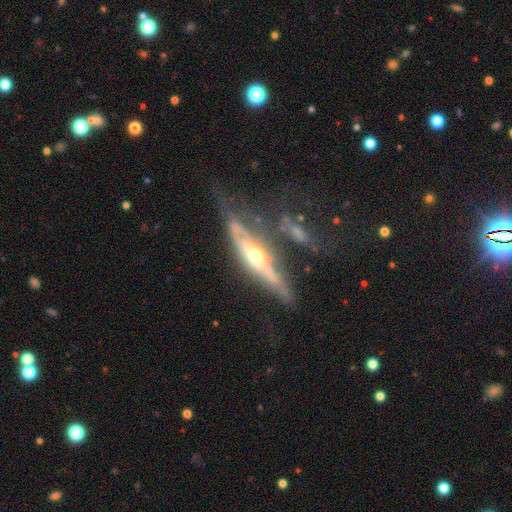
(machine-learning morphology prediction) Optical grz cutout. It shows a featured or disk galaxy (76%) viewed edge-on (64%). Merging: none (38%).